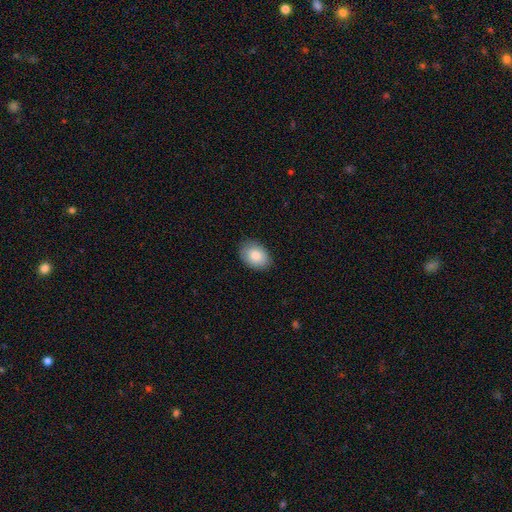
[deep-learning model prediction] Smooth or featured?
  - smooth: 85% *
  - featured or disk: 9%
  - star or artifact: 7%
How rounded?
  - in between: 77% *
  - round: 22%
  - cigar-shaped: 1%
Merging?
  - none: 85% *
  - minor disturbance: 12%
  - major disturbance: 2%
  - merger: 1%